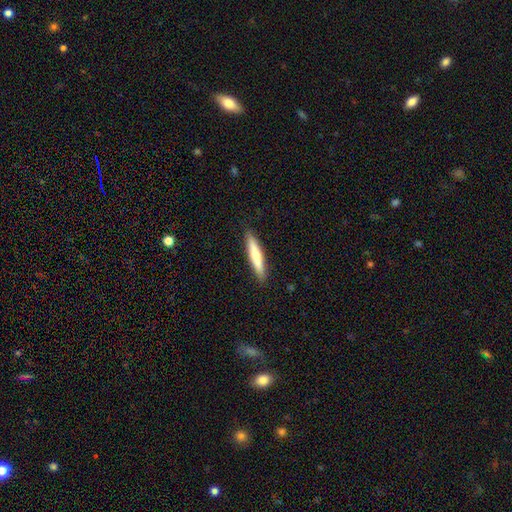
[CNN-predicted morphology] Smooth or featured: smooth — 68% (featured or disk — 26%)
How rounded: cigar-shaped — 91% (in between — 8%)
Merging: none — 90% (minor disturbance — 8%)